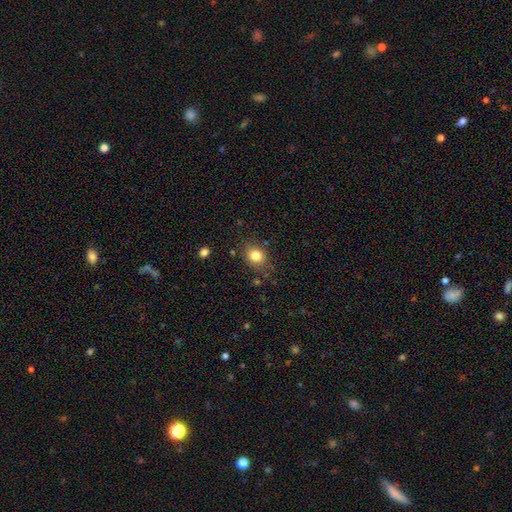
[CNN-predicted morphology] A smooth galaxy with no disk features (82%) that is round (67%). Merging: none (77%).